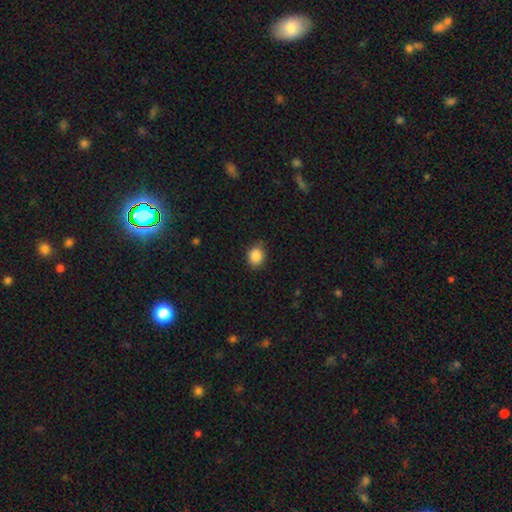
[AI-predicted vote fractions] Q: Smooth or featured?
A: smooth (88%); runner-up: star or artifact (9%)
Q: How rounded?
A: round (62%); runner-up: in between (37%)
Q: Merging?
A: none (82%); runner-up: minor disturbance (15%)